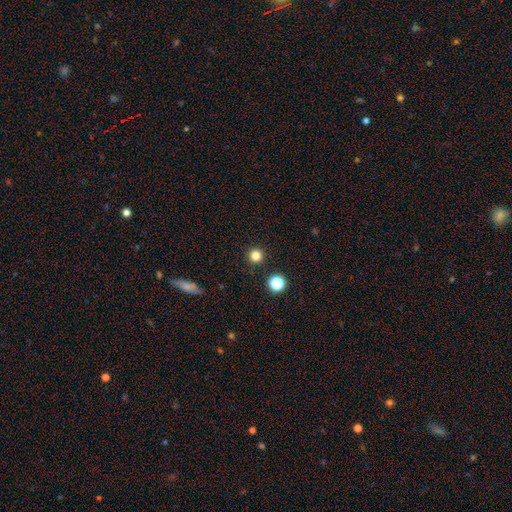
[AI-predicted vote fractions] This is clearly a smooth galaxy (81%). How rounded: clearly round (96%). Merging: clearly none (92%).